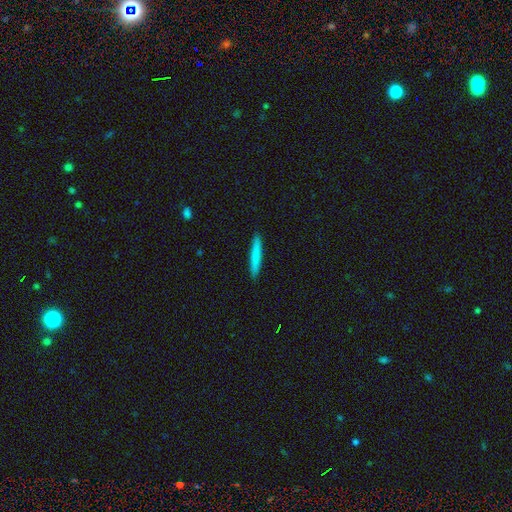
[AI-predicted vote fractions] Q: Smooth or featured?
A: smooth (80%); runner-up: featured or disk (14%)
Q: How rounded?
A: cigar-shaped (95%); runner-up: in between (4%)
Q: Merging?
A: none (92%); runner-up: minor disturbance (6%)